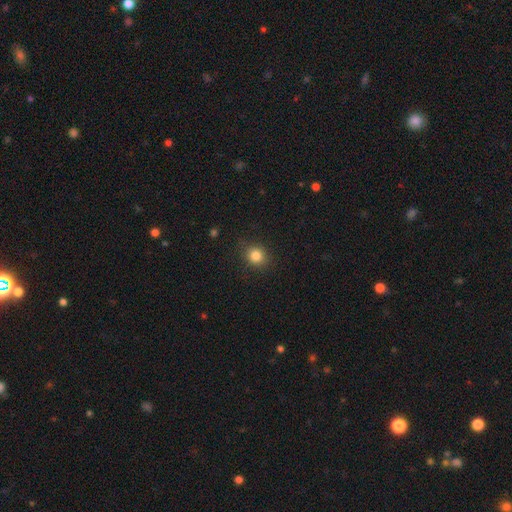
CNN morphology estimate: A smooth galaxy with no disk features (84%) that is round (81%).

Vote fractions:
- Smooth or featured? smooth: 84% / star or artifact: 11% / featured or disk: 5%
- How rounded? round: 81% / in between: 18% / cigar-shaped: 1%
- Merging? none: 86% / minor disturbance: 10% / major disturbance: 3% / merger: 1%